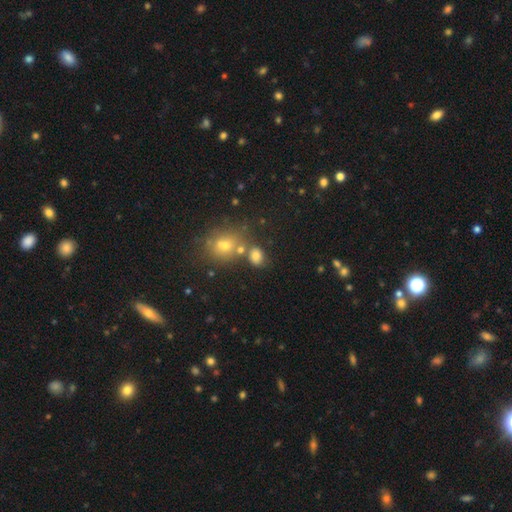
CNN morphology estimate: A smooth galaxy with no disk features (76%) that is in between round and cigar-shaped (54%).

Vote fractions:
- Smooth or featured? smooth: 76% / star or artifact: 15% / featured or disk: 9%
- How rounded? in between: 54% / round: 45% / cigar-shaped: 1%
- Merging? none: 61% / merger: 21% / minor disturbance: 13% / major disturbance: 5%